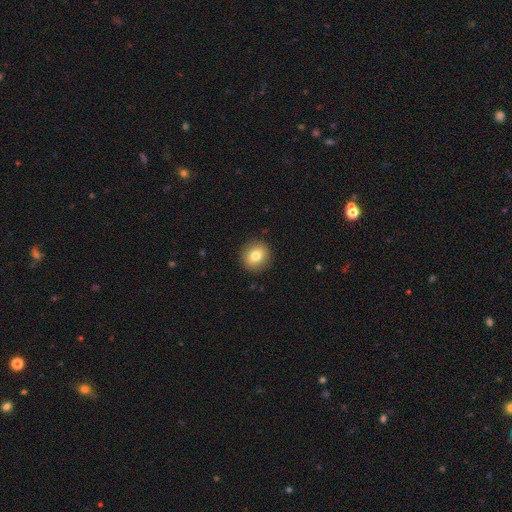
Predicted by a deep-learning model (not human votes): Smooth or featured? Predicted: smooth (p=0.78). How rounded? Predicted: round (p=0.88). Merging? Predicted: none (p=0.92).